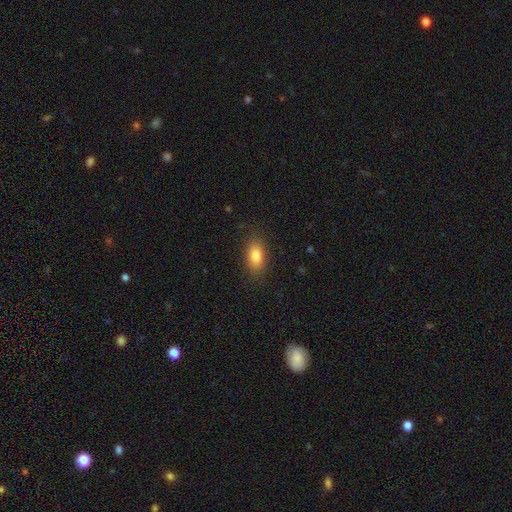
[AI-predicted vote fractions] A smooth galaxy with no disk features (83%) that is in between round and cigar-shaped (88%). Merging: none (84%).